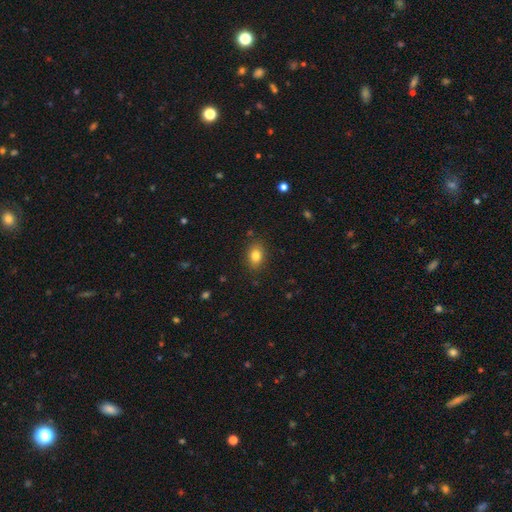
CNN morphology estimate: This appears to be a smooth galaxy with no disk features (82%) that is in between round and cigar-shaped (74%). Merging: none (86%).